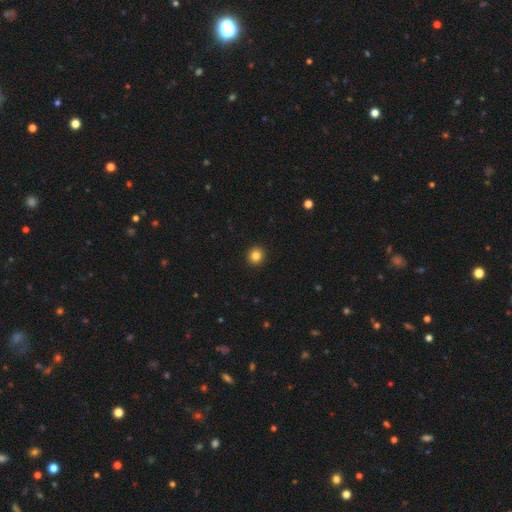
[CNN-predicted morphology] Smooth or featured? Predicted: smooth (p=0.84). How rounded? Predicted: round (p=0.91). Merging? Predicted: none (p=0.93).